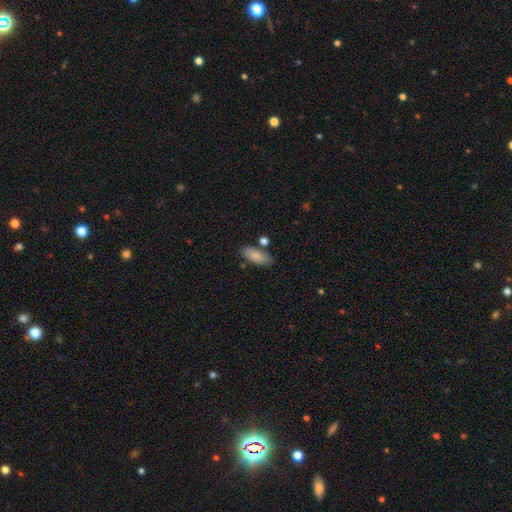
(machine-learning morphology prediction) Smooth or featured?
  - smooth: 84% *
  - featured or disk: 9%
  - star or artifact: 7%
How rounded?
  - in between: 82% *
  - cigar-shaped: 16%
  - round: 3%
Merging?
  - none: 75% *
  - minor disturbance: 13%
  - merger: 9%
  - major disturbance: 3%